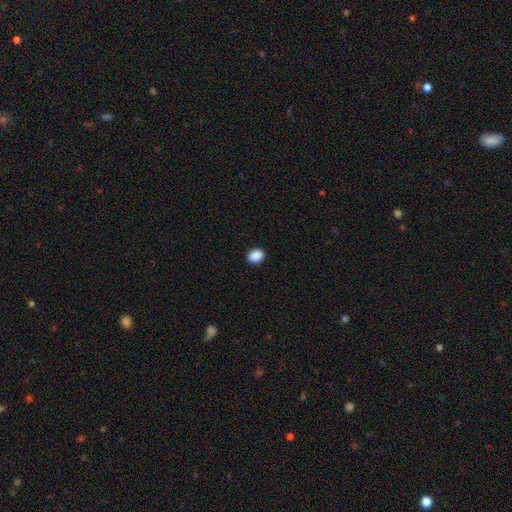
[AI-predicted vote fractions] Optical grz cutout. It shows a smooth galaxy with no disk features (90%) that is in between round and cigar-shaped (59%). Merging: none (90%).